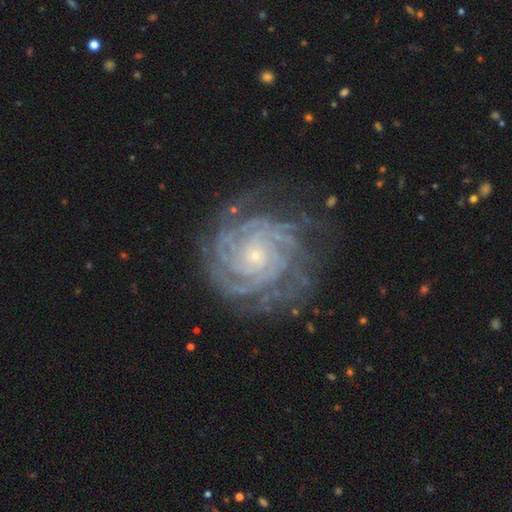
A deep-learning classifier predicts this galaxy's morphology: A featured or disk galaxy (91%) with no bar (77%), 4 (27%) tight (83%) spiral arms (98%) and a small central bulge (86%). Merging: none (73%).